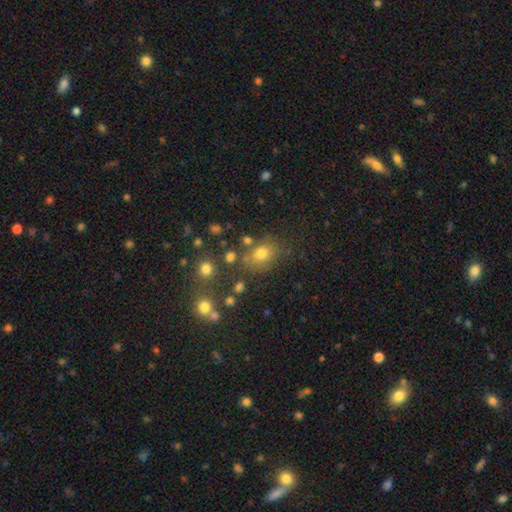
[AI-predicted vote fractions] The model was most divided on "smooth or featured": smooth: 49%, star or artifact: 41%, featured or disk: 10%. More confident: merging — none (67%).